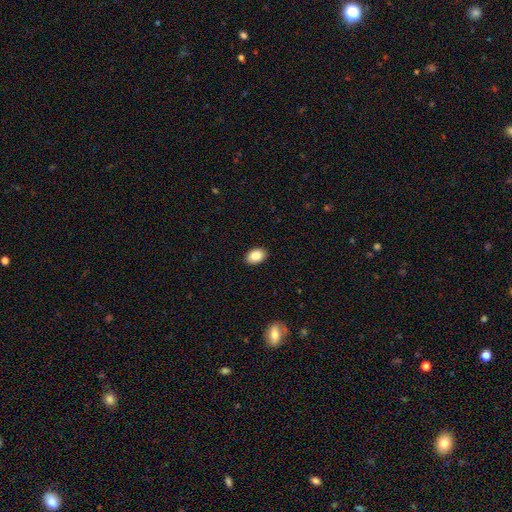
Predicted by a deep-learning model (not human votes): A smooth galaxy with no disk features (89%) that is in between round and cigar-shaped (84%).

Vote fractions:
- Smooth or featured? smooth: 89% / star or artifact: 7% / featured or disk: 4%
- How rounded? in between: 84% / round: 15% / cigar-shaped: 1%
- Merging? none: 90% / minor disturbance: 7% / major disturbance: 2% / merger: 1%